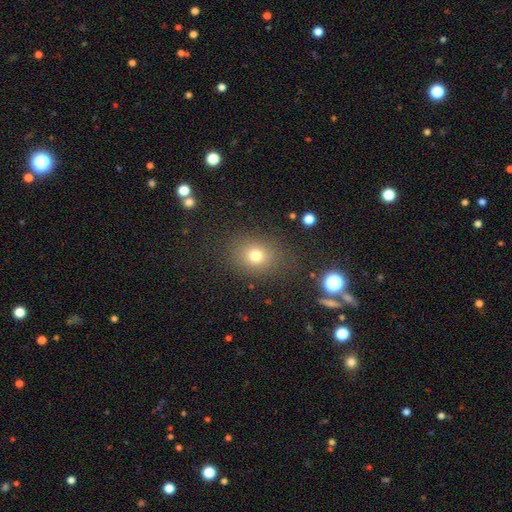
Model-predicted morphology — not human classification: Q: Smooth or featured?
A: smooth (74%); runner-up: star or artifact (16%)
Q: How rounded?
A: round (52%); runner-up: in between (46%)
Q: Merging?
A: none (80%); runner-up: minor disturbance (12%)